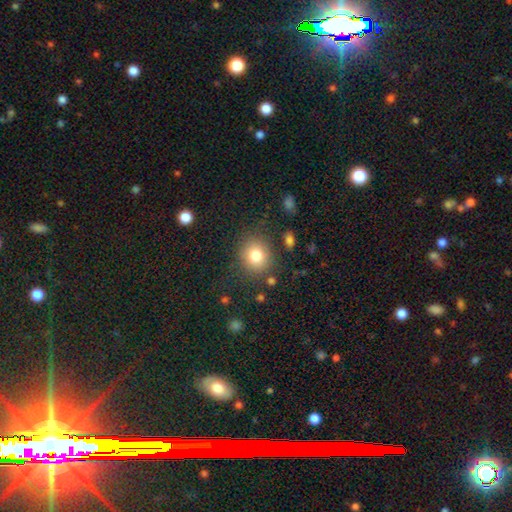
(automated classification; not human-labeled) The model was most divided on "how rounded": round: 76%, in between: 23%, cigar-shaped: 1%. More confident: merging — none (81%); smooth or featured — smooth (80%).